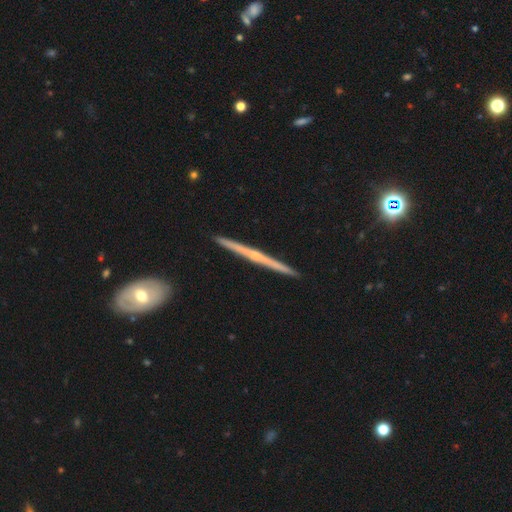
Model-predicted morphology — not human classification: featured or disk 79%, smooth 15%, star or artifact 6%. Down the decision tree: edge-on disk — yes (98%); edge-on bulge — rounded (58%); merging — none (92%).